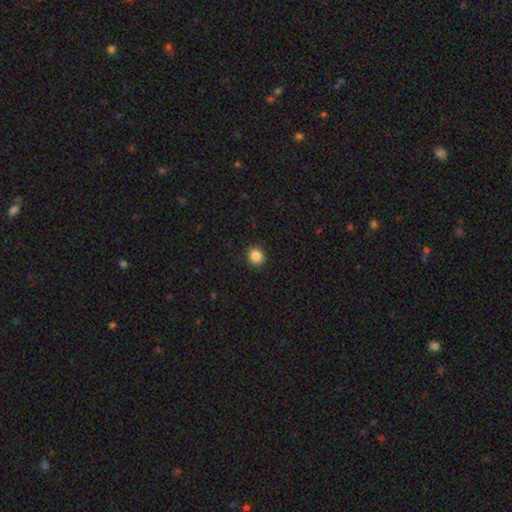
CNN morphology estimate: Smooth or featured? Predicted: smooth (p=0.87). How rounded? Predicted: round (p=0.85). Merging? Predicted: none (p=0.92).